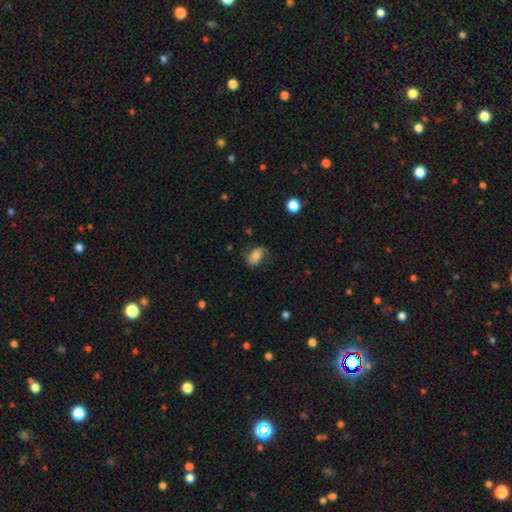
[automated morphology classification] This is possibly a smooth galaxy (49%). Merging: likely none (64%).